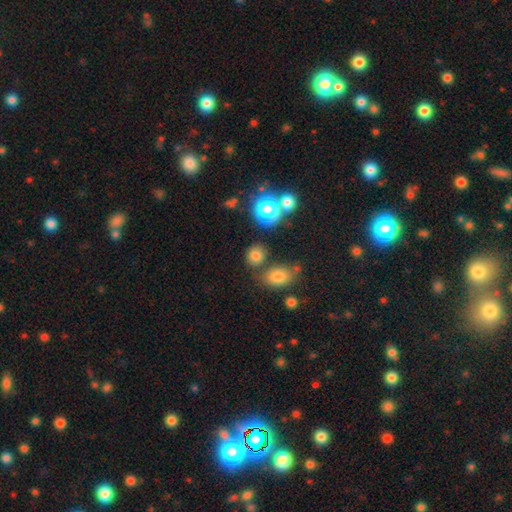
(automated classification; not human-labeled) A smooth galaxy with no disk features (75%) that is round (72%).

Vote fractions:
- Smooth or featured? smooth: 75% / star or artifact: 18% / featured or disk: 7%
- How rounded? round: 72% / in between: 26% / cigar-shaped: 1%
- Merging? none: 72% / merger: 12% / minor disturbance: 11% / major disturbance: 4%